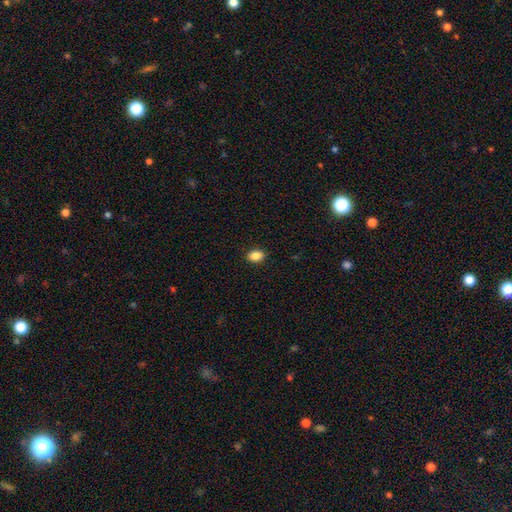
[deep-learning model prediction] This is clearly a smooth galaxy (86%). How rounded: likely in between (77%). Merging: clearly none (90%).